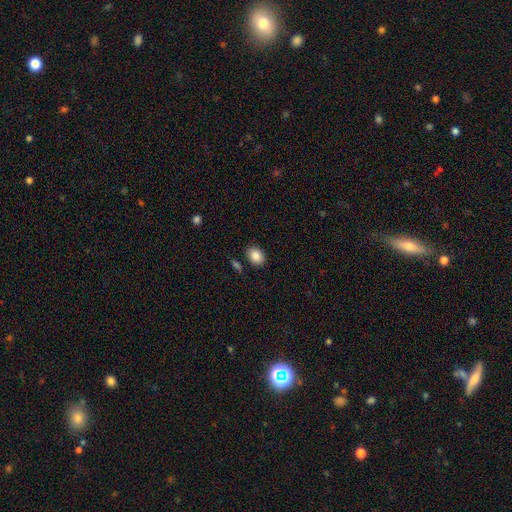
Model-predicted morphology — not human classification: The model was most divided on "how rounded": in between: 73%, round: 25%, cigar-shaped: 1%. More confident: smooth or featured — smooth (87%); merging — none (83%).